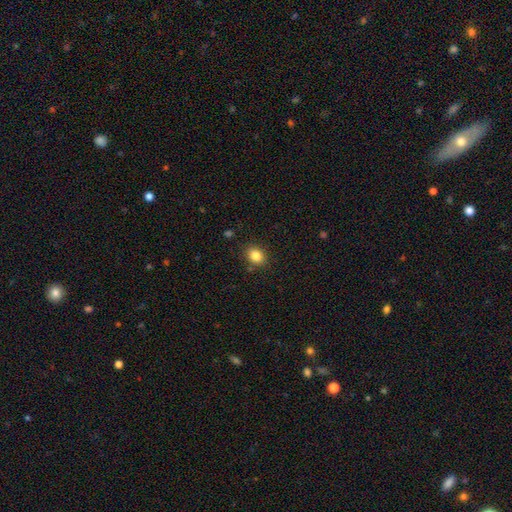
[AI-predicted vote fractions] Smooth or featured? smooth (84%)
How rounded? round (53%)
Merging? none (86%)